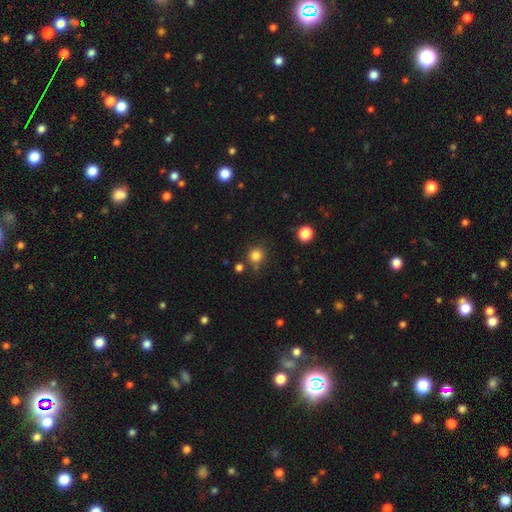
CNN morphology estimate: smooth 82%, star or artifact 13%, featured or disk 5%. Down the decision tree: how rounded — round (91%); merging — none (79%).